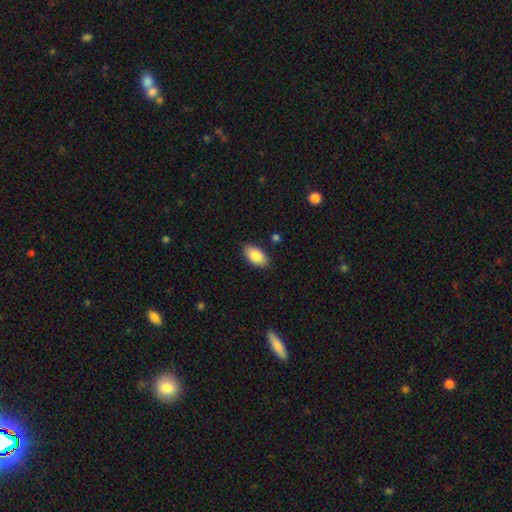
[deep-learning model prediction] smooth_or_featured: smooth (p=0.84) [alt: featured or disk p=0.09]
how_rounded: in between (p=0.94) [alt: round p=0.04]
merging: none (p=0.86) [alt: minor disturbance p=0.10]